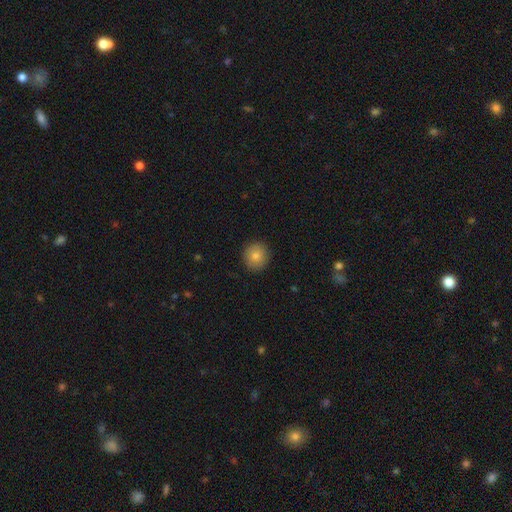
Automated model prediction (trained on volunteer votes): Smooth or featured? Predicted: smooth (p=0.82). How rounded? Predicted: round (p=0.88). Merging? Predicted: none (p=0.90).